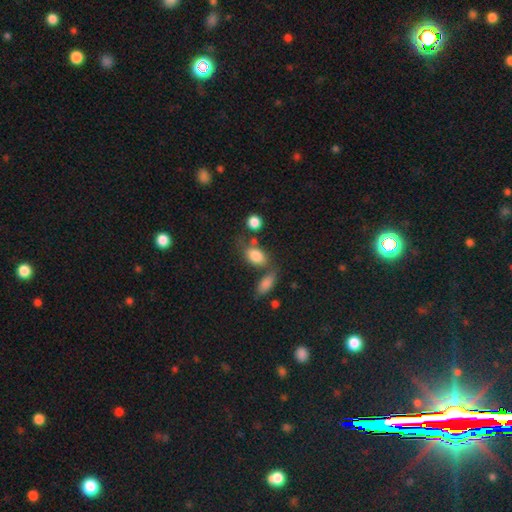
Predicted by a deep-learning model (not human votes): This appears to be a smooth galaxy with no disk features (82%) that is in between round and cigar-shaped (85%). Merging: none (54%).